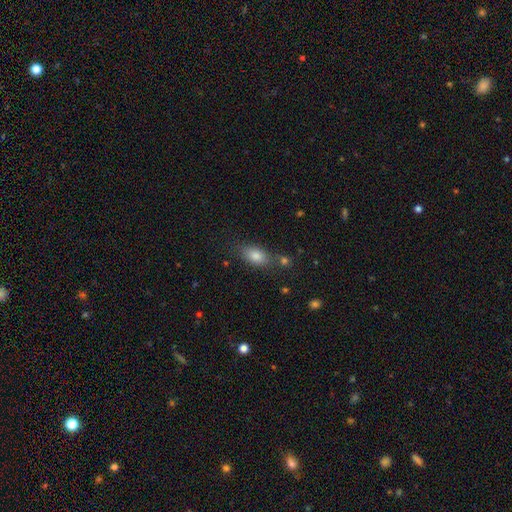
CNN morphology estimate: Smooth or featured: smooth — 79% (star or artifact — 11%)
How rounded: in between — 81% (round — 12%)
Merging: none — 70% (minor disturbance — 15%)